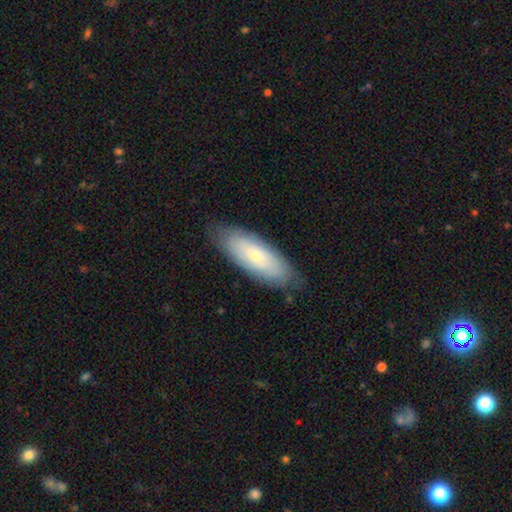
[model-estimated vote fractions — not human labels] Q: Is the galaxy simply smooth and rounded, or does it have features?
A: smooth — 59%.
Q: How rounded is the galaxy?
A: in between — 72%.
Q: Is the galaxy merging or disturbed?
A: none — 81%.